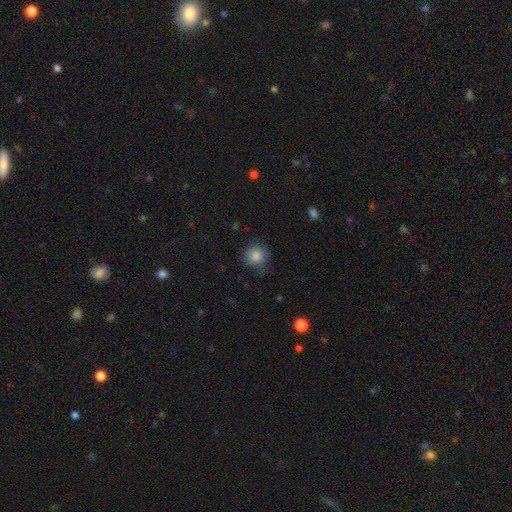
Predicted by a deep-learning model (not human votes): A smooth galaxy with no disk features (84%) that is round (89%). Merging: none (76%).